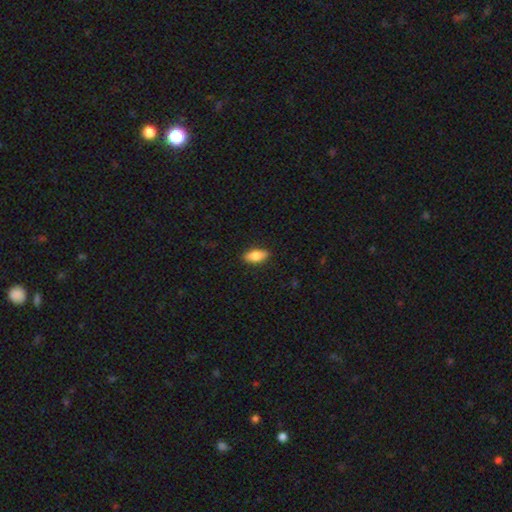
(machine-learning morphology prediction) Smooth or featured? Predicted: smooth (p=0.80). How rounded? Predicted: in between (p=0.80). Merging? Predicted: none (p=0.88).